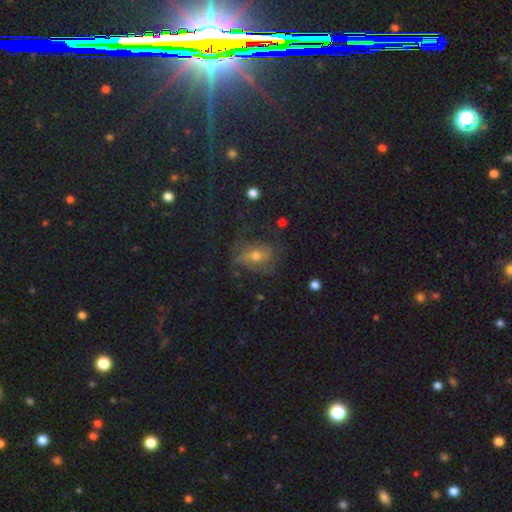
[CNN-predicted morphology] smooth-or-featured: featured or disk: 44% | smooth: 29% | star or artifact: 26%
  merging: none: 56% | minor disturbance: 21% | major disturbance: 20% | merger: 3%